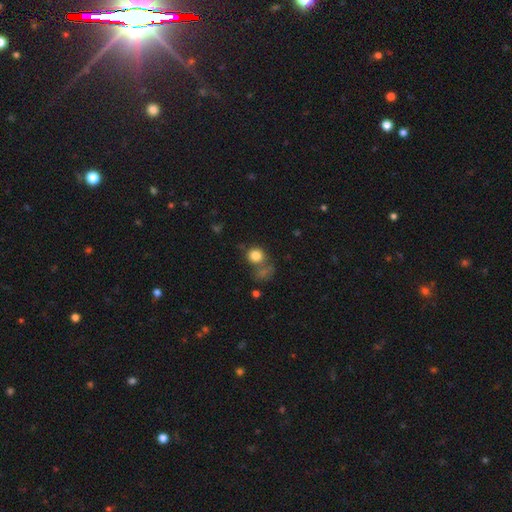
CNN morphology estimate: smooth_or_featured: smooth (p=0.82) [alt: star or artifact p=0.11]
how_rounded: round (p=0.83) [alt: in between p=0.16]
merging: none (p=0.55) [alt: merger p=0.23]